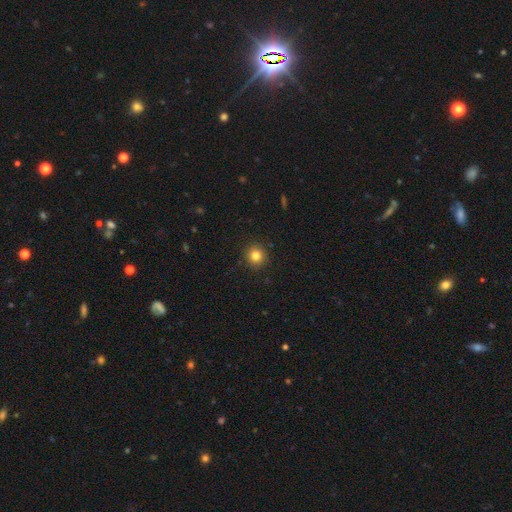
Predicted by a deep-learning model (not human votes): This is clearly a smooth galaxy (82%). How rounded: clearly round (93%). Merging: clearly none (91%).